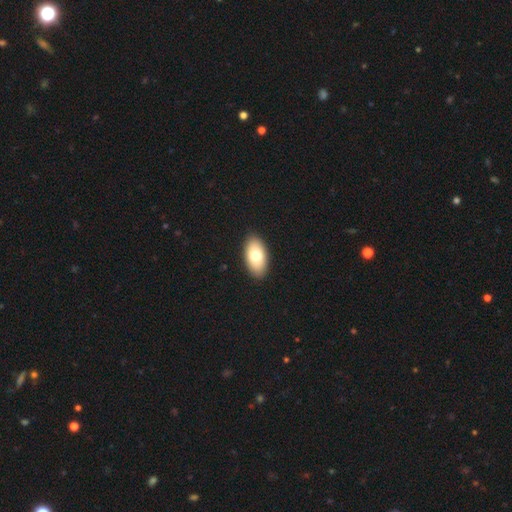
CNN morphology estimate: This is likely a smooth galaxy (74%). How rounded: clearly in between (94%). Merging: clearly none (90%).